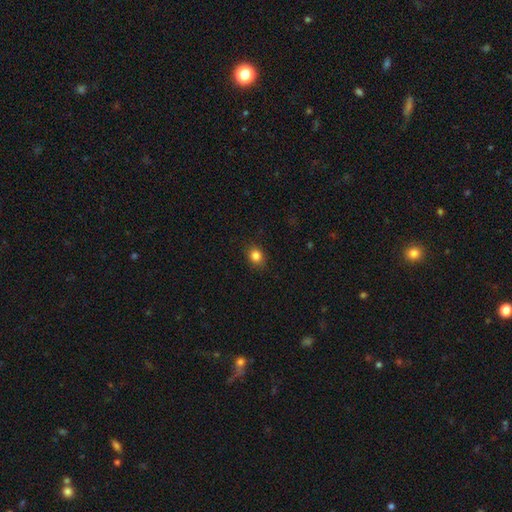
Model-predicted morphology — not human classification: Overall: smooth (83%). How rounded: round (63%; in between 36%). Merging: none (86%).